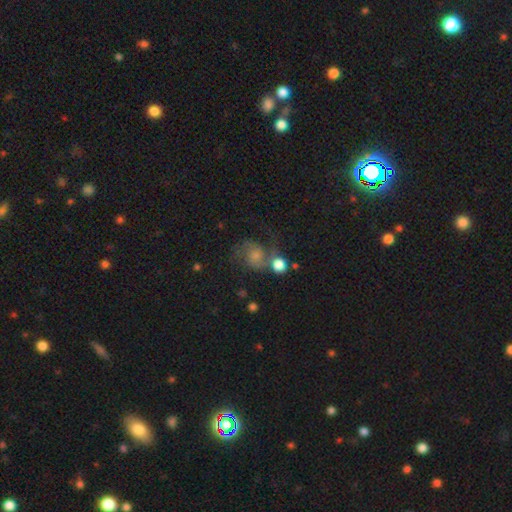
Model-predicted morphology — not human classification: The model was most divided on "bulge size": moderate: 38%, small: 37%, none: 13%, large: 9%, dominant: 3%. More confident: edge-on disk — no (98%); spiral arms — yes (91%); spiral arm count — 2 (79%); bar — no (67%); smooth or featured — featured or disk (57%); merging — none (52%); spiral winding — medium (51%).